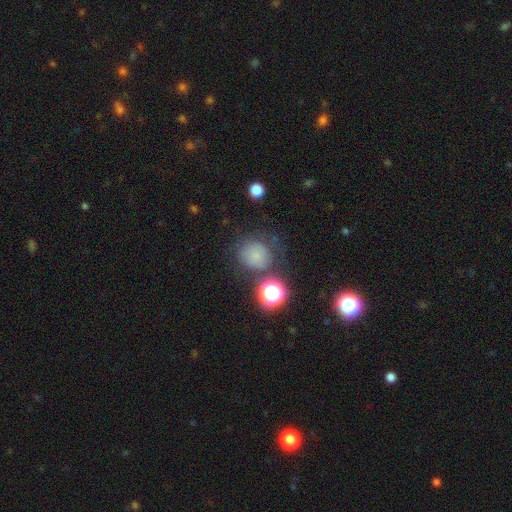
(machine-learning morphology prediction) type=smooth (71%); roundness=round (87%); merging=none (68%).